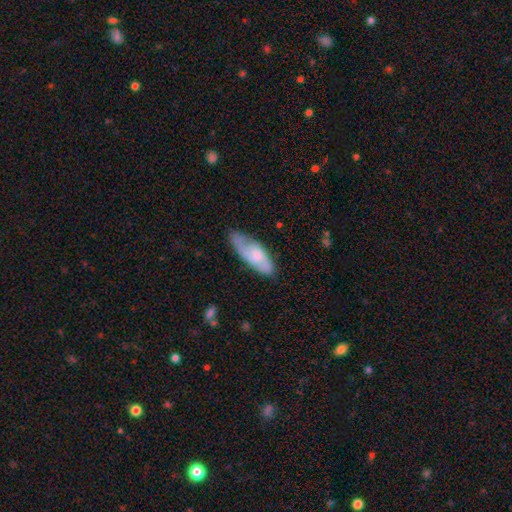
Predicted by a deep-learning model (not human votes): This is possibly a featured or disk galaxy (47%, tied with smooth). Merging: likely none (62%).